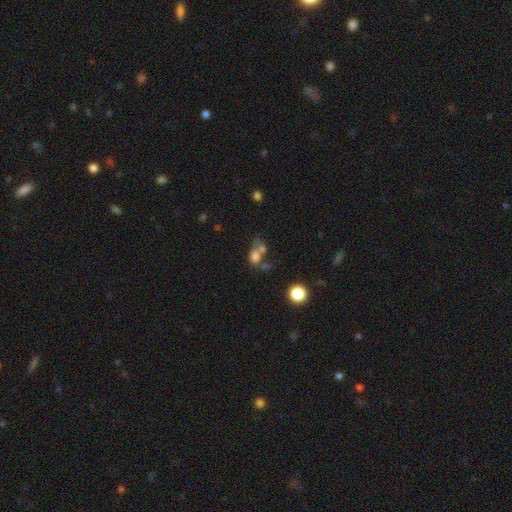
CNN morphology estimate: Q: Smooth or featured?
A: smooth (71%); runner-up: star or artifact (15%)
Q: How rounded?
A: in between (53%); runner-up: round (45%)
Q: Merging?
A: merger (49%); runner-up: none (29%)